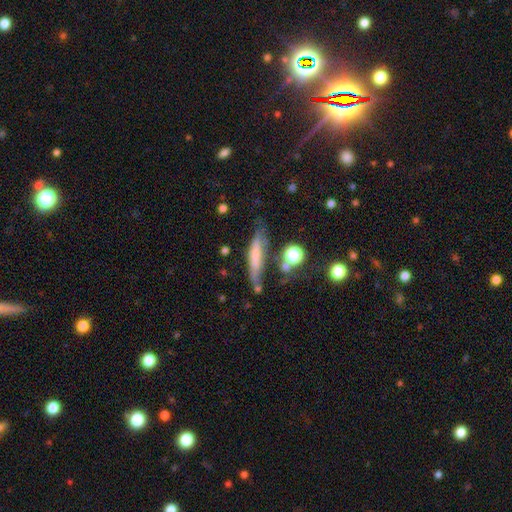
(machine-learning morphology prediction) Overall: smooth (54%; featured or disk 37%). How rounded: cigar-shaped (85%). Merging: none (59%; minor disturbance 23%).